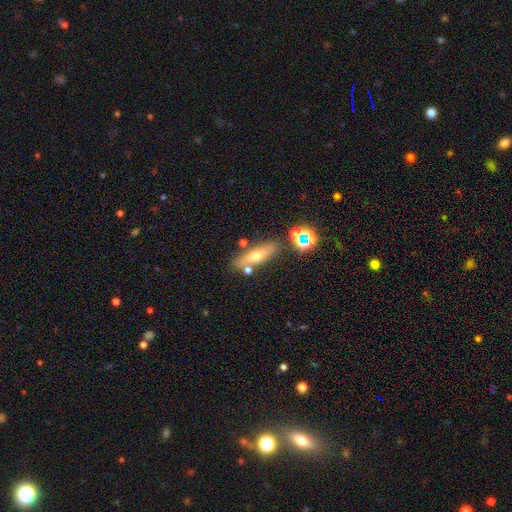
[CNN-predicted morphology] Smooth or featured? smooth (50%)
How rounded? cigar-shaped (59%)
Merging? none (75%)